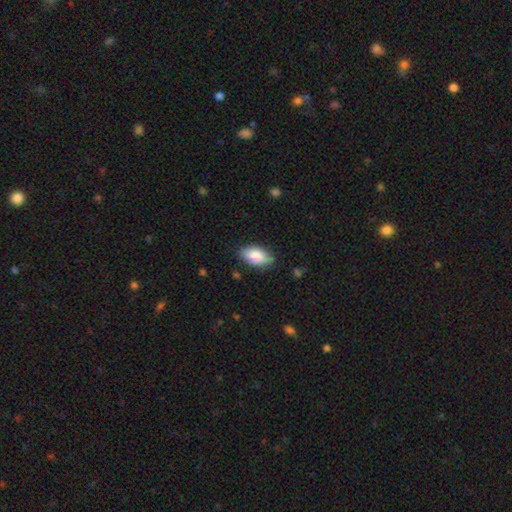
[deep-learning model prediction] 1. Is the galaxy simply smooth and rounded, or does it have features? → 85% smooth, 9% featured or disk, 6% star or artifact.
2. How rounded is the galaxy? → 94% in between, 3% cigar-shaped, 3% round.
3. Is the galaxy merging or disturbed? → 84% none, 13% minor disturbance, 2% major disturbance, 1% merger.